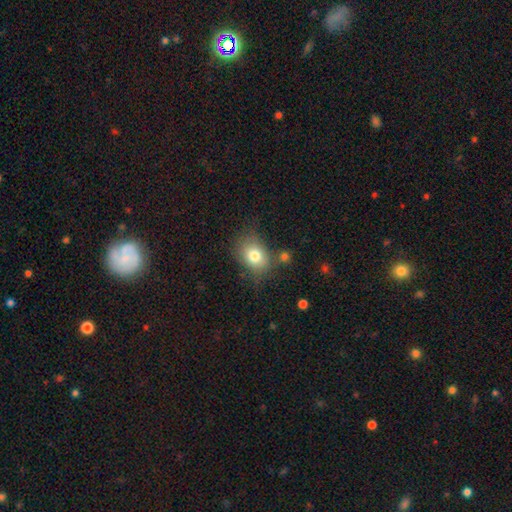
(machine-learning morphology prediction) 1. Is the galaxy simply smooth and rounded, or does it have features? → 58% smooth, 31% star or artifact, 11% featured or disk.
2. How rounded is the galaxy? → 54% round, 44% in between, 2% cigar-shaped.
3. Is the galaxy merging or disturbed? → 78% none, 11% minor disturbance, 6% merger, 4% major disturbance.